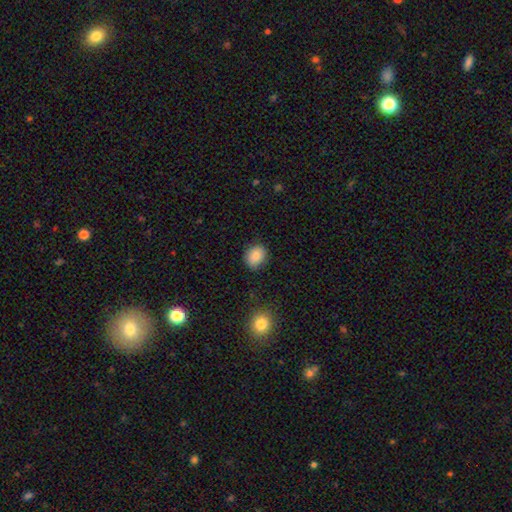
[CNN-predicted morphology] smooth 84%, star or artifact 9%, featured or disk 7%. Down the decision tree: how rounded — round (61%); merging — none (85%).